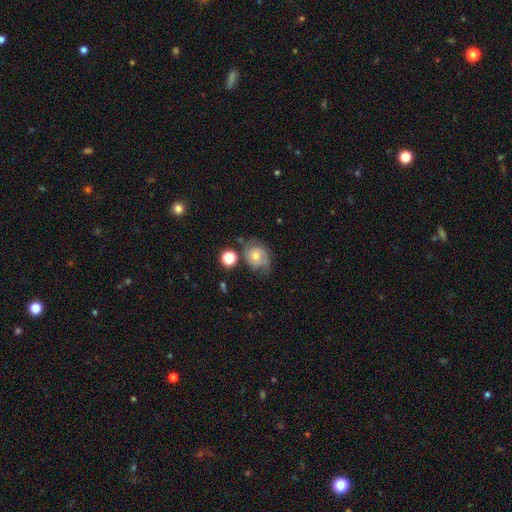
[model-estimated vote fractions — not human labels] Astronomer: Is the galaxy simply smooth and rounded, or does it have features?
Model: featured or disk — 52% (runner-up: smooth, 38%).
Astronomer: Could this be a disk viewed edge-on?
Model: no — 97%.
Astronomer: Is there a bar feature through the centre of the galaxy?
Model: no — 78%.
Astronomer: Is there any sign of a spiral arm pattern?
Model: yes — 78%.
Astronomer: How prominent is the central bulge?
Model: moderate — 60%.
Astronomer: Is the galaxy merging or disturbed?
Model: none — 51%.